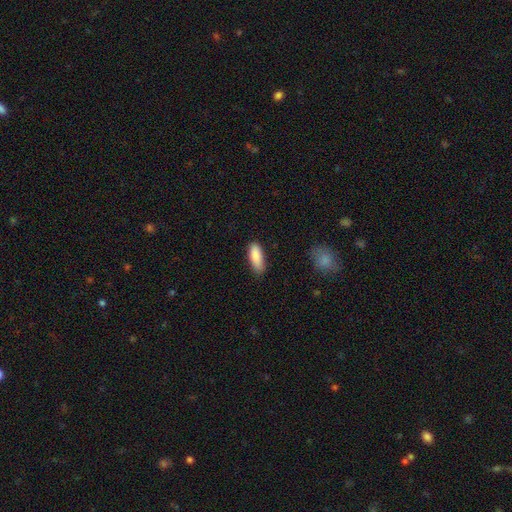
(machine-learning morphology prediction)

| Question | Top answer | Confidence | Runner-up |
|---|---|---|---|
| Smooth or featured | smooth | 86% | featured or disk (7%) |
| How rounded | in between | 71% | cigar-shaped (27%) |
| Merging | none | 81% | minor disturbance (15%) |